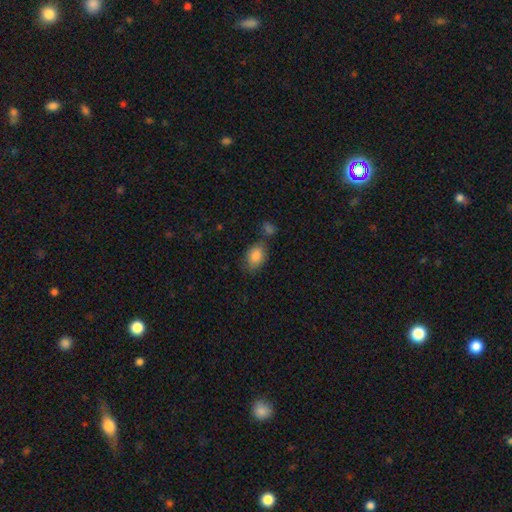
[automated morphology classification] Smooth or featured: smooth — 85% (star or artifact — 8%)
How rounded: in between — 82% (round — 16%)
Merging: none — 62% (minor disturbance — 19%)